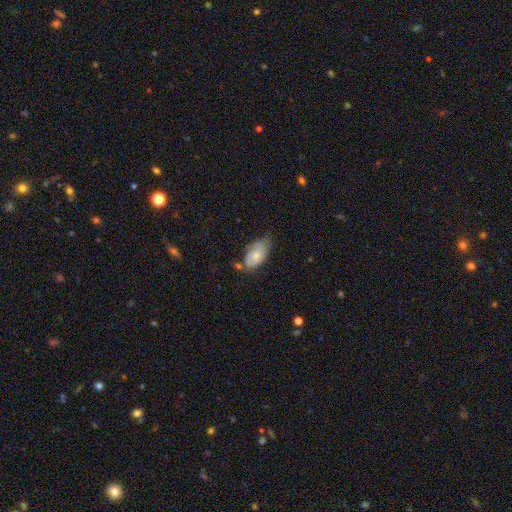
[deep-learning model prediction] Smooth or featured?
  - smooth: 73% *
  - featured or disk: 20%
  - star or artifact: 7%
How rounded?
  - in between: 93% *
  - round: 4%
  - cigar-shaped: 3%
Merging?
  - none: 44% *
  - minor disturbance: 39%
  - major disturbance: 10%
  - merger: 7%